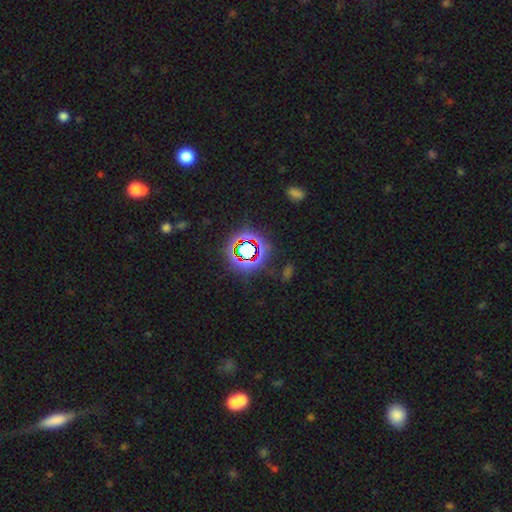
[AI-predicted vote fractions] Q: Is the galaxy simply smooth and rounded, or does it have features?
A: star or artifact — 60%.